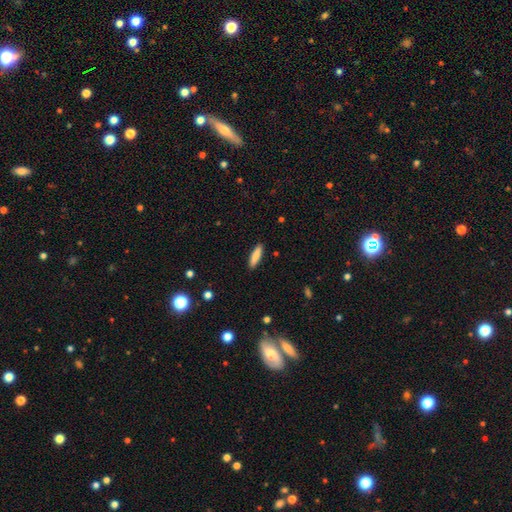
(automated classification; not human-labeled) This is clearly a smooth galaxy (83%). How rounded: likely cigar-shaped (74%). Merging: clearly none (90%).